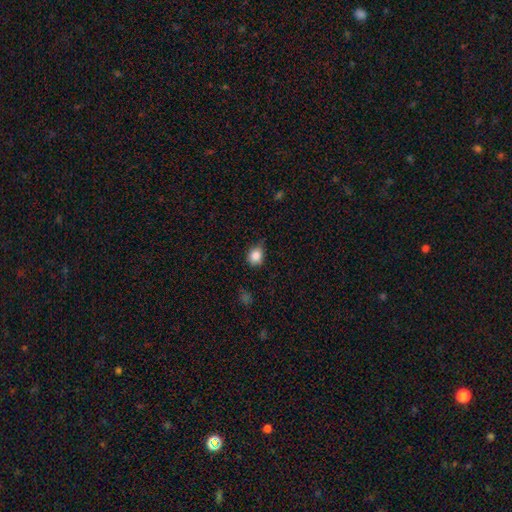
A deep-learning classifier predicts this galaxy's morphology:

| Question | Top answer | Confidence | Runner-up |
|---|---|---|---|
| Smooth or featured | smooth | 84% | star or artifact (10%) |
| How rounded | round | 68% | in between (31%) |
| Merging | none | 60% | minor disturbance (32%) |